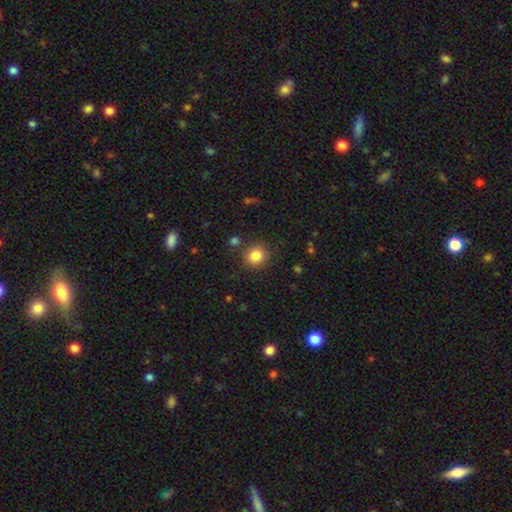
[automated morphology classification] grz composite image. It shows a smooth galaxy with no disk features (84%) that is round (87%). Merging: none (85%).